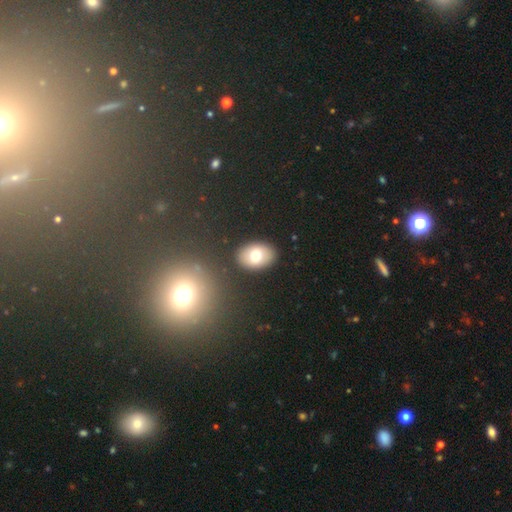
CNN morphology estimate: Smooth or featured?
  - smooth: 73% *
  - featured or disk: 18%
  - star or artifact: 10%
How rounded?
  - in between: 79% *
  - round: 20%
  - cigar-shaped: 1%
Merging?
  - none: 88% *
  - minor disturbance: 8%
  - major disturbance: 2%
  - merger: 2%